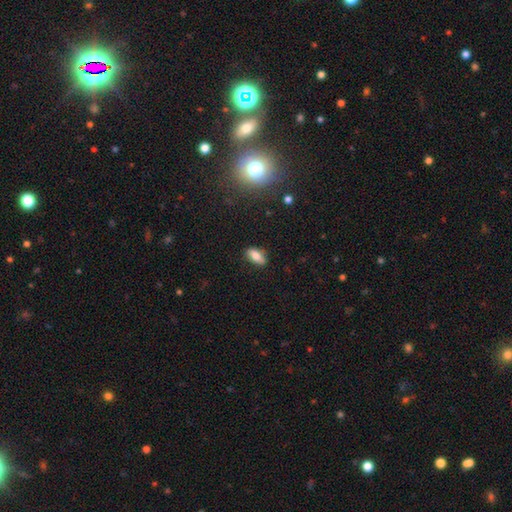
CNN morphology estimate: Smooth or featured? Predicted: smooth (p=0.76). How rounded? Predicted: in between (p=0.83). Merging? Predicted: none (p=0.81).